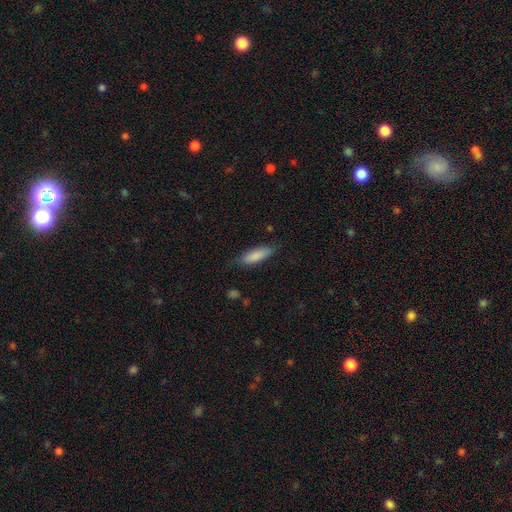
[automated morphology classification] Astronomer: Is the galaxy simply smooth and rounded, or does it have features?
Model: smooth — 84%.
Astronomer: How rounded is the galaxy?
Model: in between — 54% (runner-up: cigar-shaped, 44%).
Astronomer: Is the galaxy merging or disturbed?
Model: none — 76%.